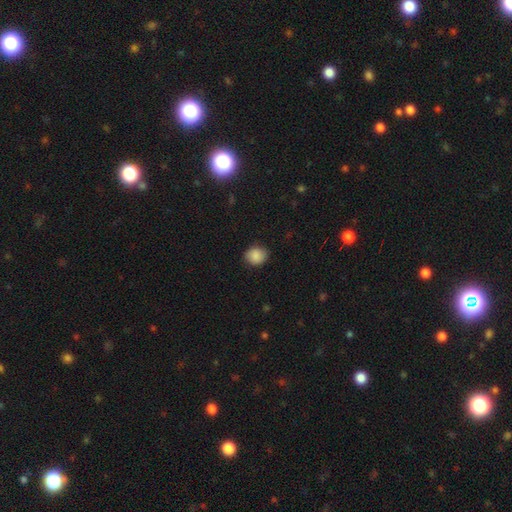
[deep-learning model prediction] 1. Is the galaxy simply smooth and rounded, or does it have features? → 88% smooth, 8% star or artifact, 4% featured or disk.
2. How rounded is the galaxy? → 72% round, 27% in between, 1% cigar-shaped.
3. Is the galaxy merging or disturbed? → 85% none, 11% minor disturbance, 3% major disturbance, 1% merger.